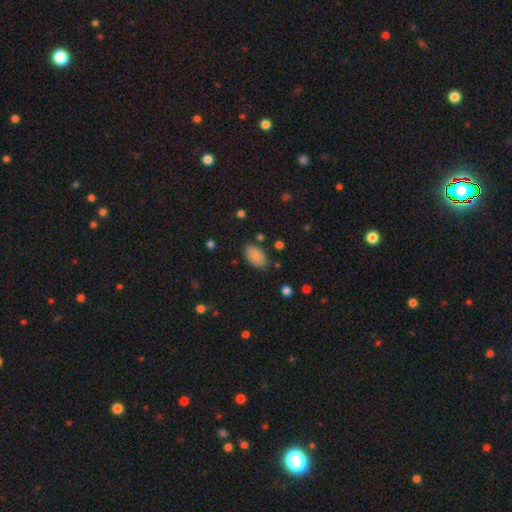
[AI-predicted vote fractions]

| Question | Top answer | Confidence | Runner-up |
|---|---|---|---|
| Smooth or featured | smooth | 84% | featured or disk (9%) |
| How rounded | in between | 94% | round (5%) |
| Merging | none | 81% | minor disturbance (14%) |